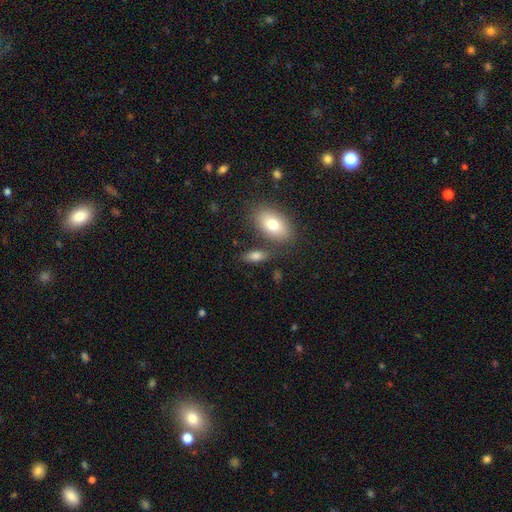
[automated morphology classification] type=smooth (79%); roundness=in between (84%); merging=none (71%).